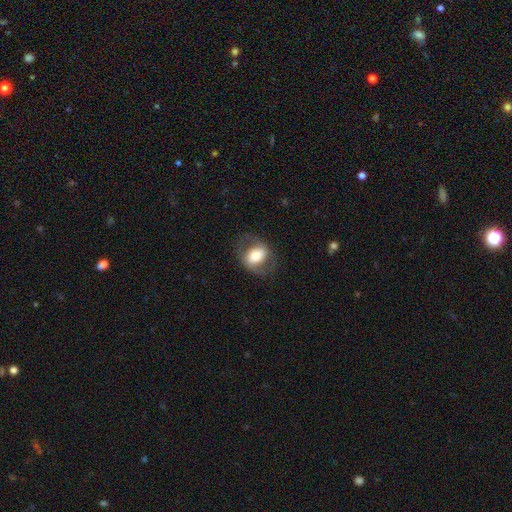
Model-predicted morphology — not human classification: A smooth galaxy with no disk features (47%).

Vote fractions:
- Smooth or featured? smooth: 47% / featured or disk: 45% / star or artifact: 8%
- Merging? none: 73% / minor disturbance: 15% / major disturbance: 11% / merger: 1%